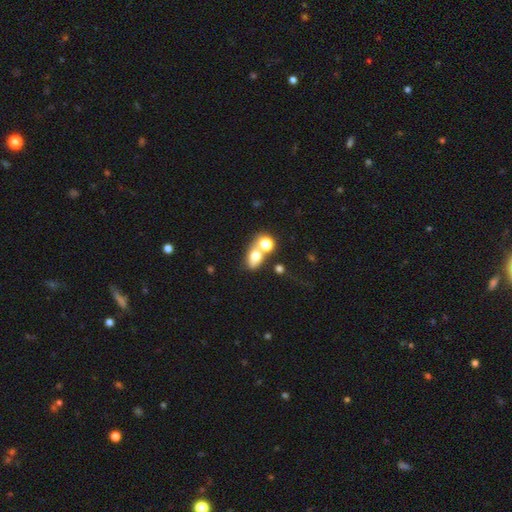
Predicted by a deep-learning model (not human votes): A smooth galaxy with no disk features (68%) that is in between round and cigar-shaped (65%).

Vote fractions:
- Smooth or featured? smooth: 68% / featured or disk: 18% / star or artifact: 14%
- How rounded? in between: 65% / round: 32% / cigar-shaped: 3%
- Merging? merger: 46% / none: 37% / minor disturbance: 10% / major disturbance: 7%